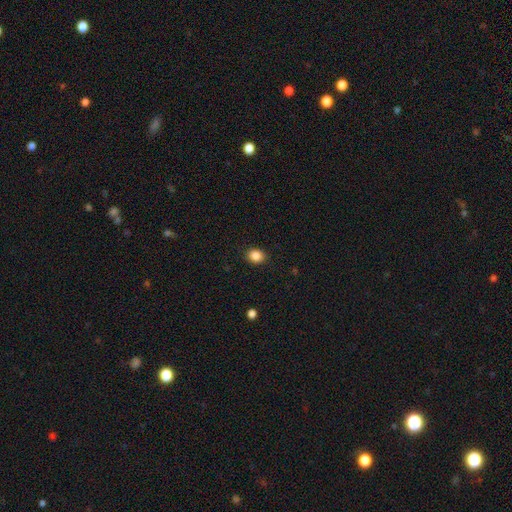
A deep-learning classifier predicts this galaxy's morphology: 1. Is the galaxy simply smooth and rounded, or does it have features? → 86% smooth, 10% star or artifact, 4% featured or disk.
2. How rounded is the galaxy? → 61% round, 38% in between, 1% cigar-shaped.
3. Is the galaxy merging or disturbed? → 90% none, 7% minor disturbance, 2% major disturbance, 1% merger.